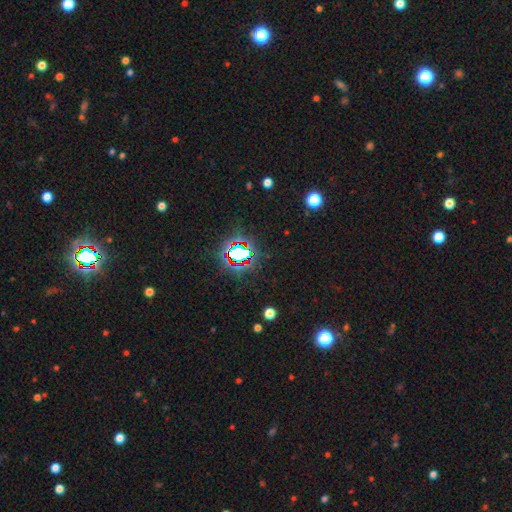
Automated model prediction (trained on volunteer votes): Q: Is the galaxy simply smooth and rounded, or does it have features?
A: star or artifact — 82%.